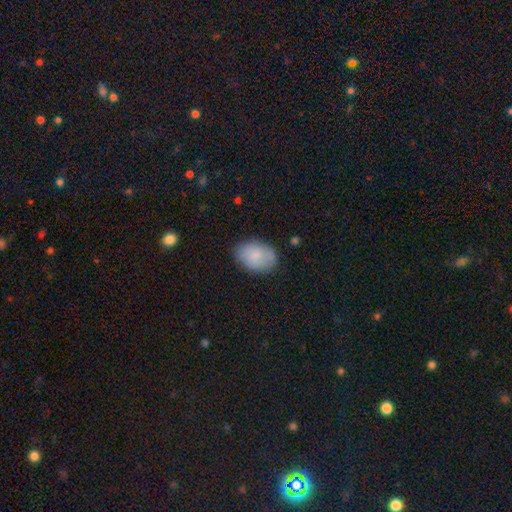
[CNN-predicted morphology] smooth 82%, featured or disk 12%, star or artifact 7%. Down the decision tree: how rounded — in between (82%); merging — none (79%).